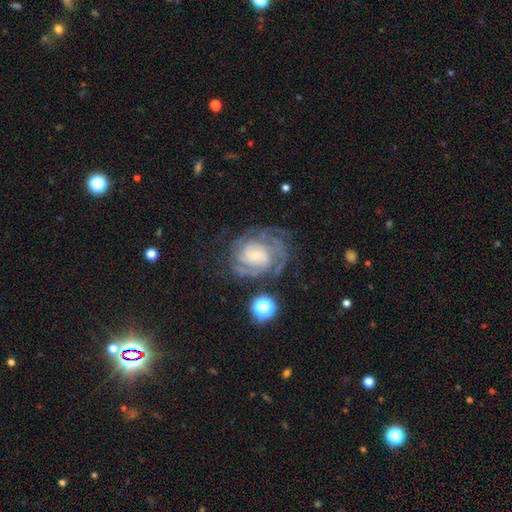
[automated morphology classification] smooth-or-featured: featured or disk: 84% | smooth: 9% | star or artifact: 8%
  disk-edge-on: no: 98% | yes: 2%
    bar: no: 64% | weak: 29% | strong: 7%
    has-spiral-arms: yes: 95% | no: 5%
      spiral-winding: tight: 62% | medium: 31% | loose: 7%
      spiral-arm-count: can't tell: 34% | 3: 20% | 2: 19% | 4: 14% | more than 4: 7% | 1: 6%
    bulge-size: small: 62% | moderate: 22% | none: 8% | large: 6% | dominant: 2%
  merging: none: 63% | minor disturbance: 19% | major disturbance: 15% | merger: 3%